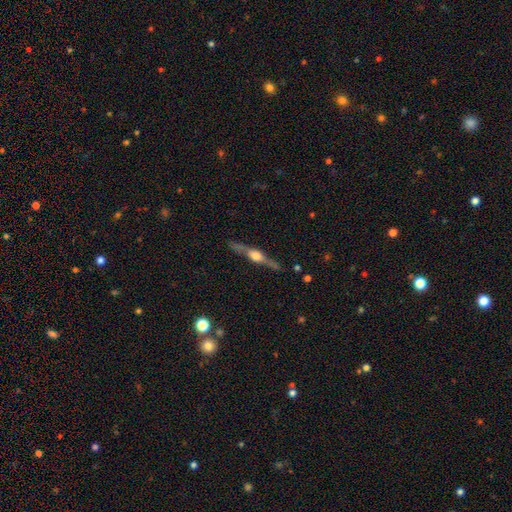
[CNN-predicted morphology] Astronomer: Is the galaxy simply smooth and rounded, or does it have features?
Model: featured or disk — 79%.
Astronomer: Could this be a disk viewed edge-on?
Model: yes — 97%.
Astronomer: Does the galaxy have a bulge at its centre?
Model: rounded — 90%.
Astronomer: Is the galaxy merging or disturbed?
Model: none — 84%.